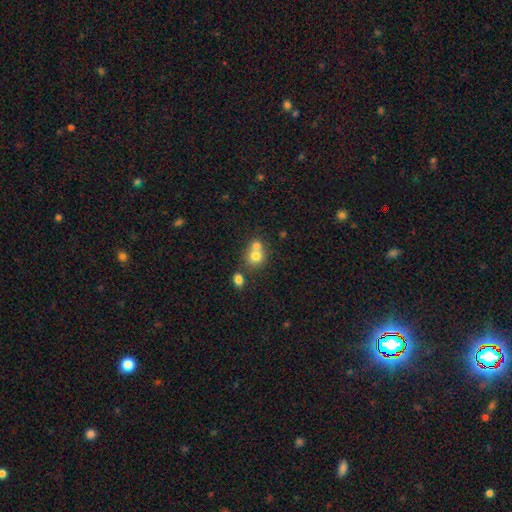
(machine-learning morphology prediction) A smooth galaxy with no disk features (74%) that is round (78%). Merging: merger (56%).